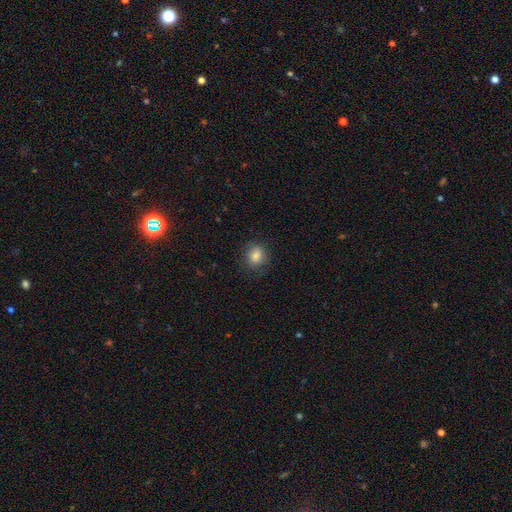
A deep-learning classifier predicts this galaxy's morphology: type=smooth (80%); roundness=round (74%); merging=none (80%).